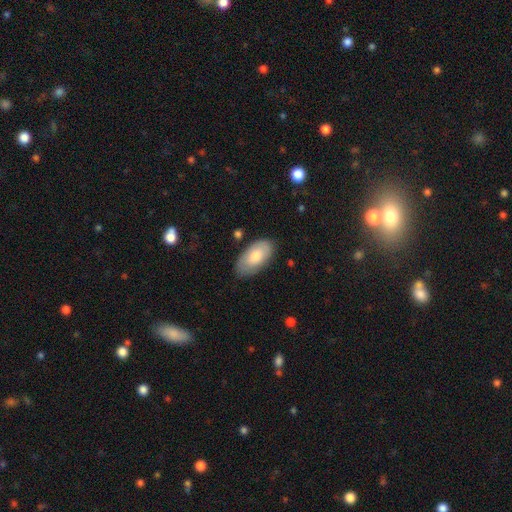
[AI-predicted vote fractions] smooth 77%, featured or disk 18%, star or artifact 6%. Down the decision tree: how rounded — in between (95%); merging — none (78%).